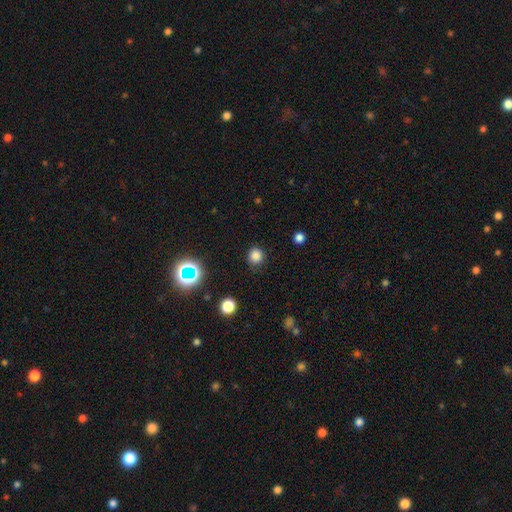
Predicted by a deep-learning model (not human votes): smooth 80%, star or artifact 16%, featured or disk 4%. Down the decision tree: how rounded — round (91%); merging — none (86%).